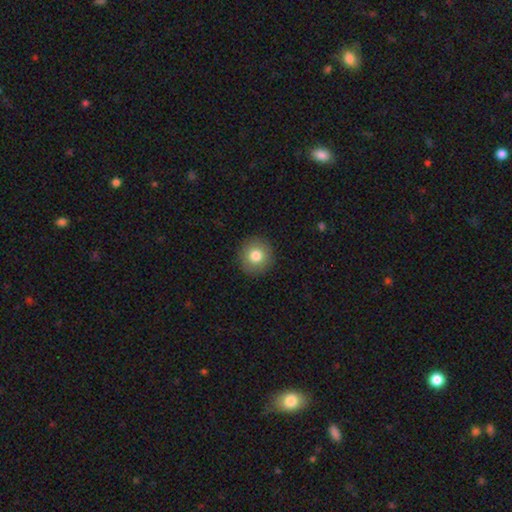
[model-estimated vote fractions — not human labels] This appears to be a smooth galaxy with no disk features (80%) that is round (92%). Merging: none (92%).